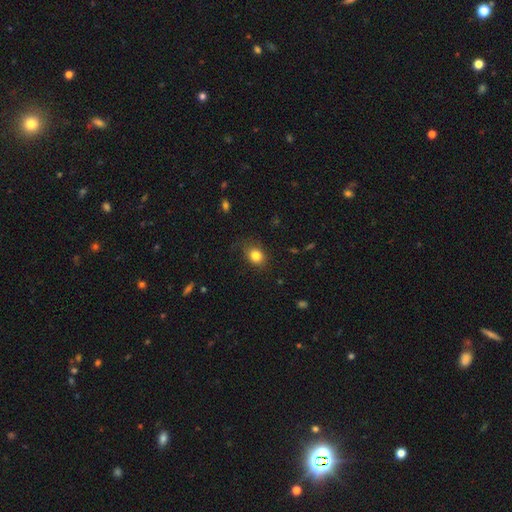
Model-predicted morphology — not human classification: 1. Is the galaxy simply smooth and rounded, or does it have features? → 82% smooth, 11% star or artifact, 7% featured or disk.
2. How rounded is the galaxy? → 51% round, 48% in between, 1% cigar-shaped.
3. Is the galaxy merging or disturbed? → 76% none, 18% minor disturbance, 5% major disturbance, 1% merger.